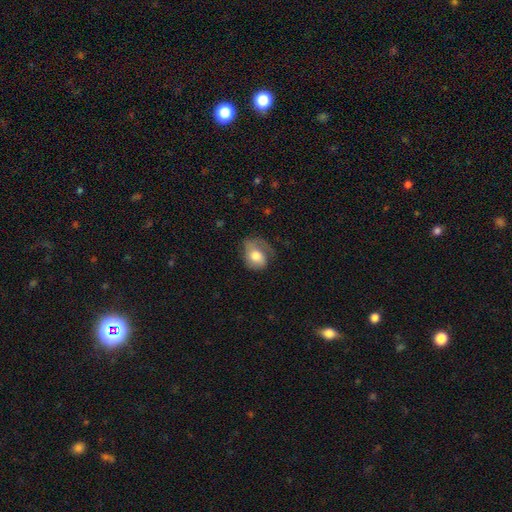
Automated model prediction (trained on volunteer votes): Smooth or featured?
  - smooth: 56% *
  - featured or disk: 36%
  - star or artifact: 8%
How rounded?
  - in between: 55% *
  - round: 44%
  - cigar-shaped: 1%
Merging?
  - none: 40% *
  - minor disturbance: 30%
  - major disturbance: 28%
  - merger: 2%